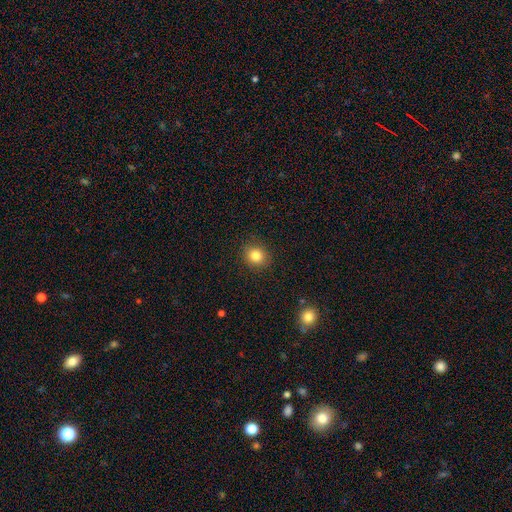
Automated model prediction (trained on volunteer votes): Overall: smooth (83%). How rounded: round (81%). Merging: none (90%).